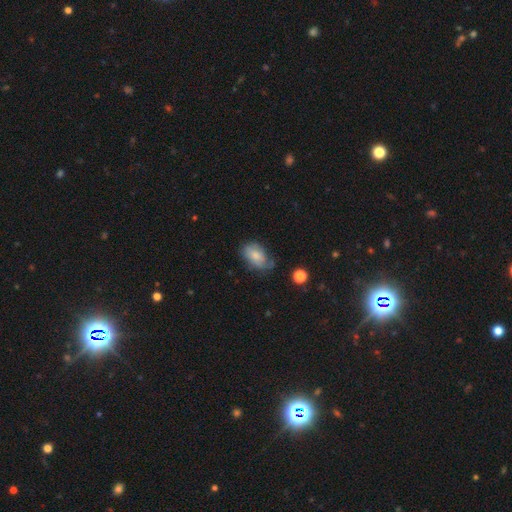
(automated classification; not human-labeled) A smooth galaxy with no disk features (67%) that is in between round and cigar-shaped (89%). Merging: none (47%).